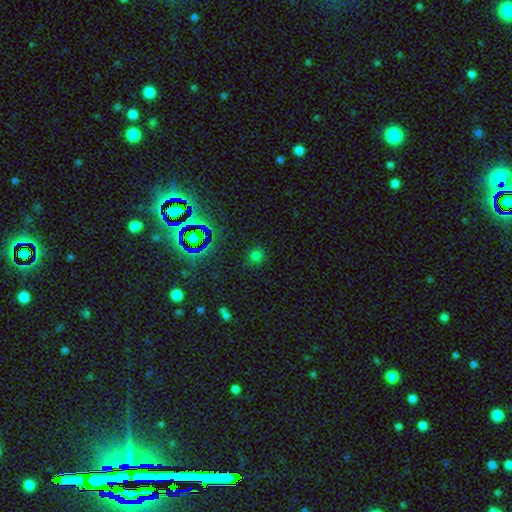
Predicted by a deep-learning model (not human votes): Smooth or featured? smooth (60%)
How rounded? round (84%)
Merging? none (83%)